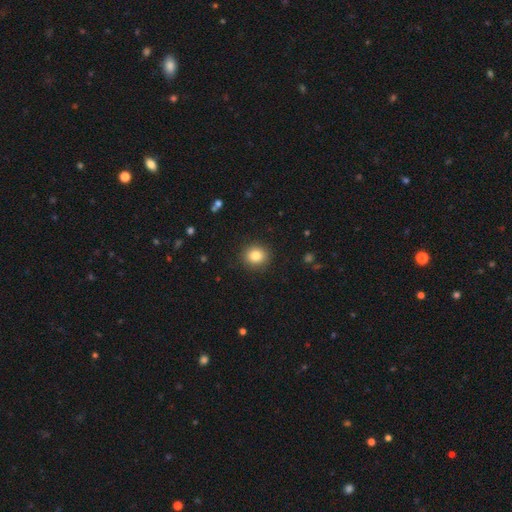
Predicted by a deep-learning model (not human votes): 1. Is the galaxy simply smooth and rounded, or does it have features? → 84% smooth, 10% star or artifact, 7% featured or disk.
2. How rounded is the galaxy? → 85% round, 14% in between, 1% cigar-shaped.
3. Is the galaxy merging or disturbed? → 91% none, 6% minor disturbance, 2% major disturbance, 1% merger.